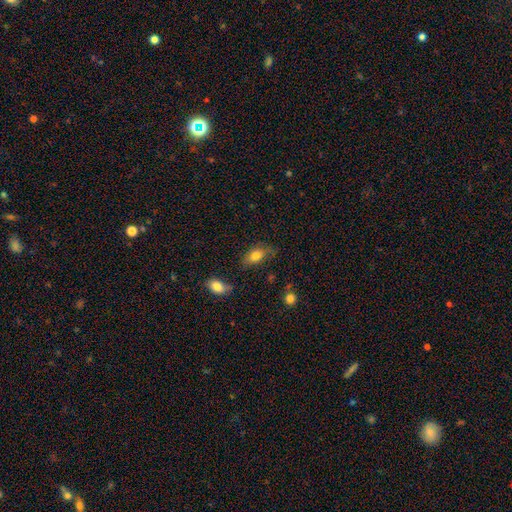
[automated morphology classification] A smooth galaxy with no disk features (79%) that is in between round and cigar-shaped (88%).

Vote fractions:
- Smooth or featured? smooth: 79% / featured or disk: 13% / star or artifact: 8%
- How rounded? in between: 88% / round: 7% / cigar-shaped: 5%
- Merging? none: 61% / minor disturbance: 27% / major disturbance: 8% / merger: 4%